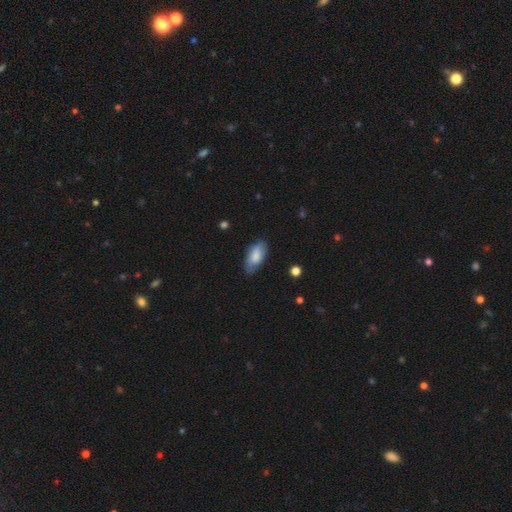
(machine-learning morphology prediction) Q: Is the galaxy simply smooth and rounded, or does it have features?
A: smooth — 79%.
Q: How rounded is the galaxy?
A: in between — 90%.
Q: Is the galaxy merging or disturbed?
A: none — 74%.